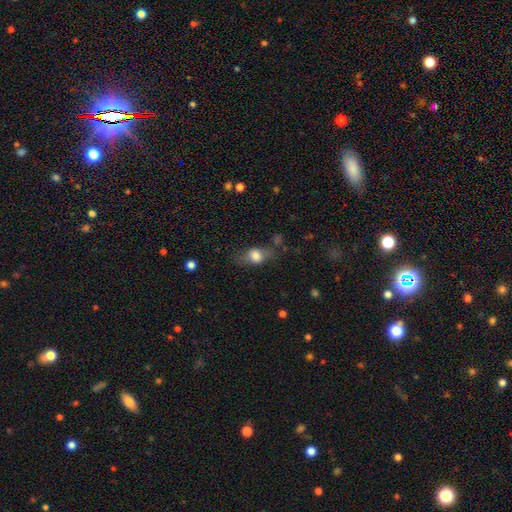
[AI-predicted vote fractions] This appears to be a smooth galaxy with no disk features (65%) that is in between round and cigar-shaped (70%). Merging: none (60%).